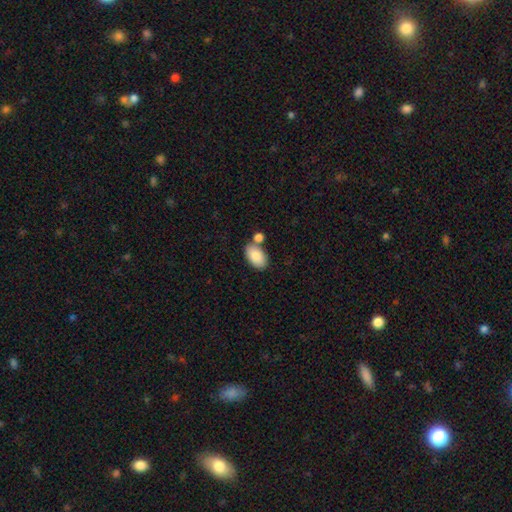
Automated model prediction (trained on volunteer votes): Smooth or featured? smooth (85%)
How rounded? in between (94%)
Merging? none (64%)